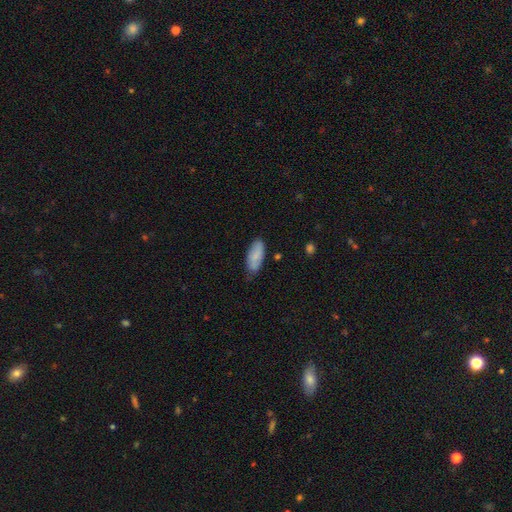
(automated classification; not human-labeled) Overall: smooth (80%). How rounded: in between (84%). Merging: none (71%).